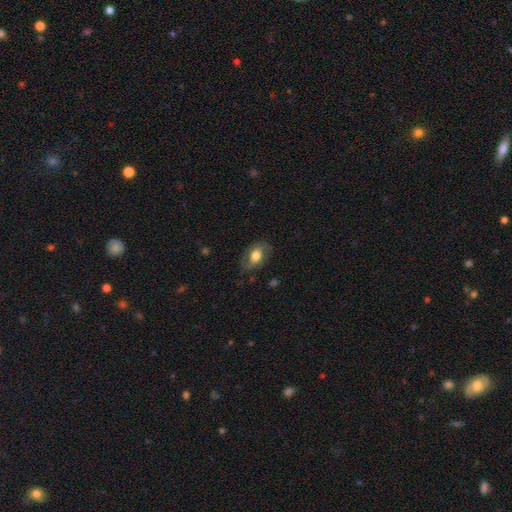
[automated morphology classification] Smooth or featured: smooth — 48% (featured or disk — 45%)
Merging: none — 72% (minor disturbance — 18%)